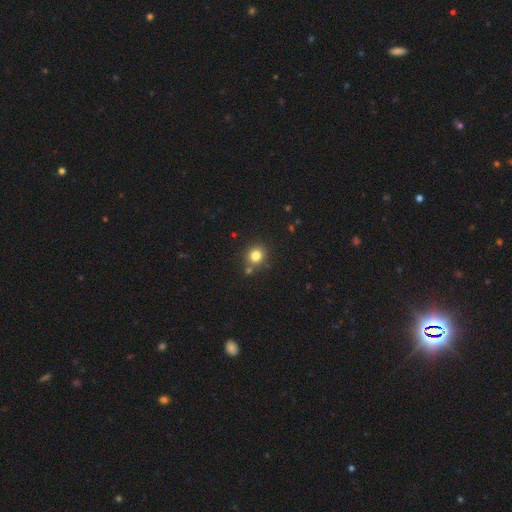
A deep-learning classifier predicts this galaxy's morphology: Overall: smooth (80%). How rounded: round (86%). Merging: none (77%).